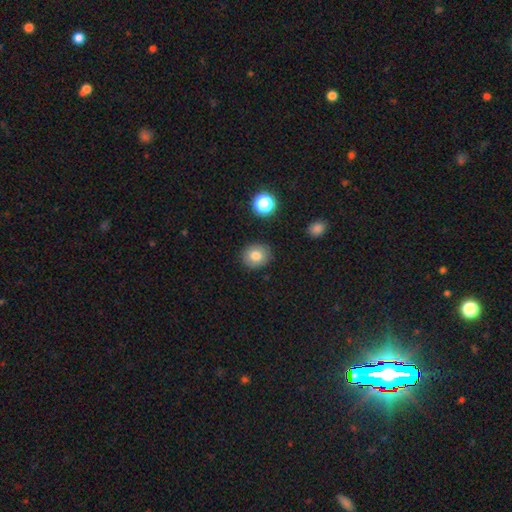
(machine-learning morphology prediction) This appears to be a smooth galaxy with no disk features (79%) that is round (75%). Merging: none (88%).